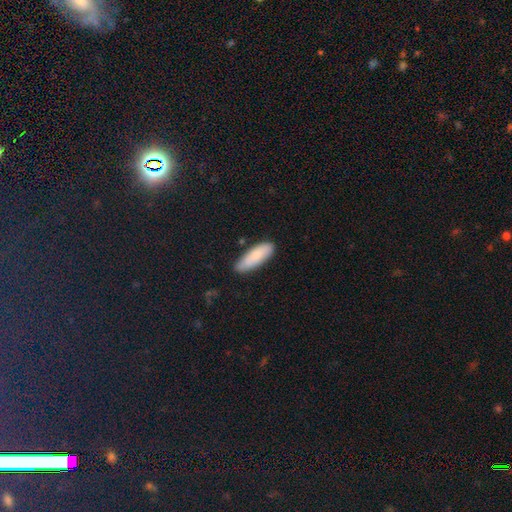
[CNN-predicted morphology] type=smooth (82%); roundness=in between (58%); merging=none (78%).